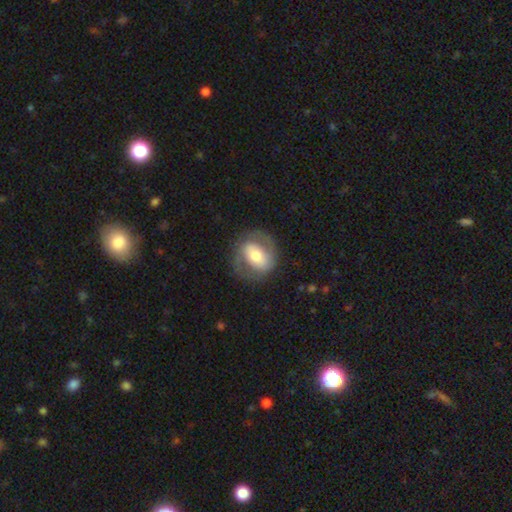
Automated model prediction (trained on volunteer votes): Morphology: type=featured or disk (58%); edge-on=no (95%); bar=weak (34%, tied with strong); spiral arms=yes (64%); bulge=moderate (64%); merging=none (77%).